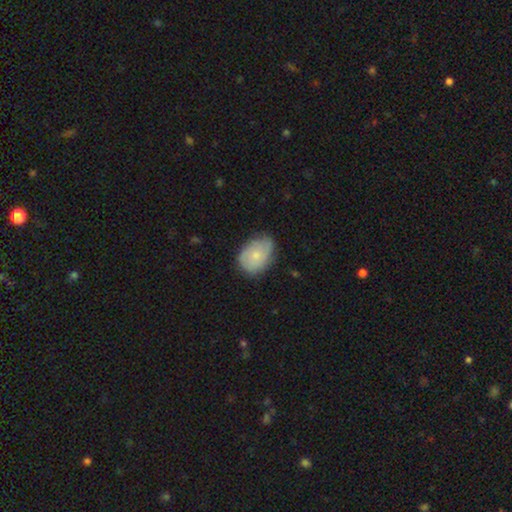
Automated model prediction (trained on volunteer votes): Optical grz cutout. It shows a smooth galaxy with no disk features (63%) that is in between round and cigar-shaped (74%). Merging: none (64%).